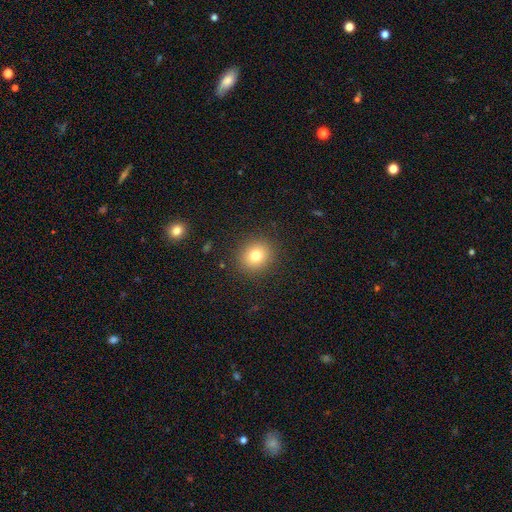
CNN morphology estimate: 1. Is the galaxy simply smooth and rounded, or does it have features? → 78% smooth, 13% star or artifact, 10% featured or disk.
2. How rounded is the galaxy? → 81% round, 18% in between, 1% cigar-shaped.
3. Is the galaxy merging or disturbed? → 90% none, 7% minor disturbance, 3% major disturbance, 1% merger.